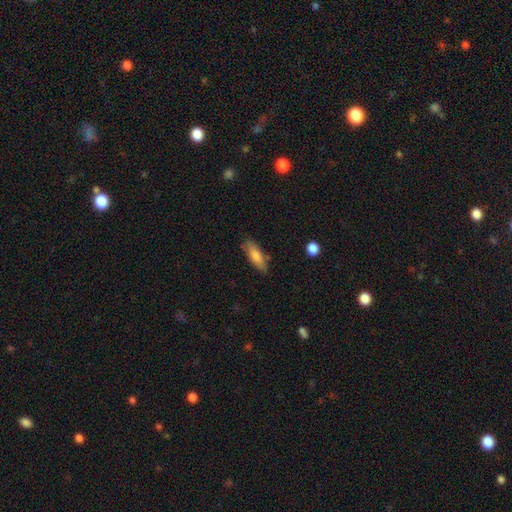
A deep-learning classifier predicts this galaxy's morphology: smooth 74%, featured or disk 19%, star or artifact 7%. Down the decision tree: how rounded — in between (53%); merging — none (80%).